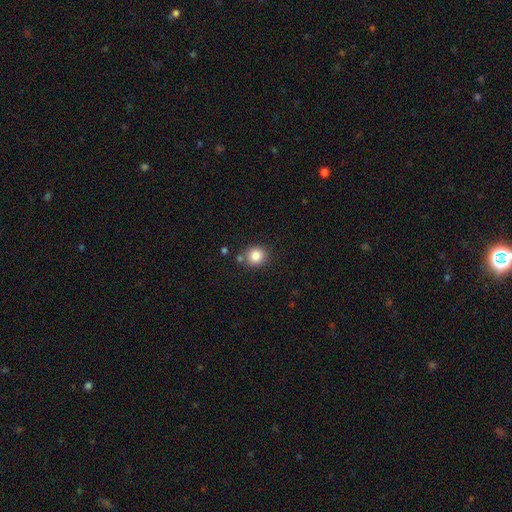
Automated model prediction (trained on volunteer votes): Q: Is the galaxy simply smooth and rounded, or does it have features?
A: smooth — 84%.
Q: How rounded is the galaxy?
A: round — 85%.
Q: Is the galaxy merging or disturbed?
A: none — 78%.